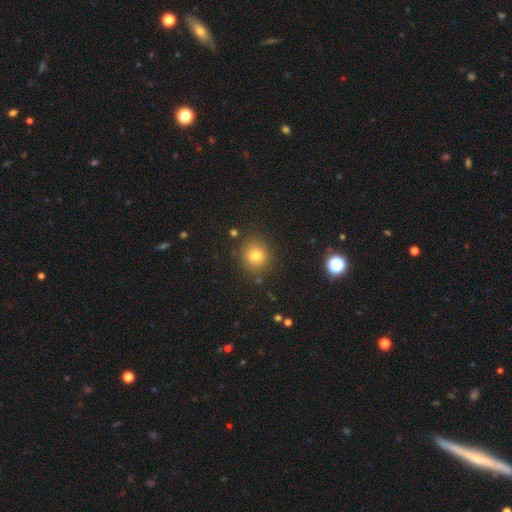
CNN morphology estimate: A smooth galaxy with no disk features (78%) that is round (86%). Merging: none (85%).